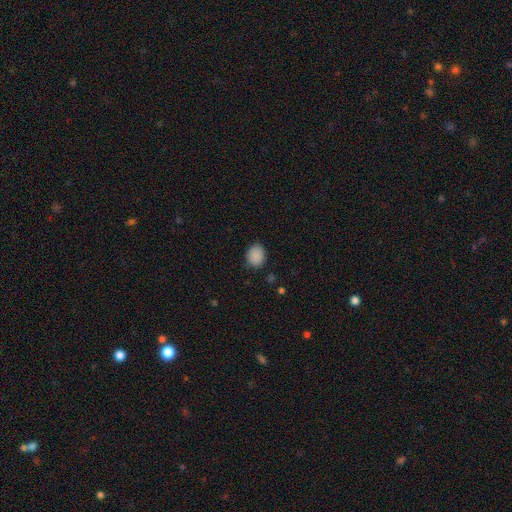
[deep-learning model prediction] Morphology: type=smooth (88%); roundness=round (51%); merging=none (84%).